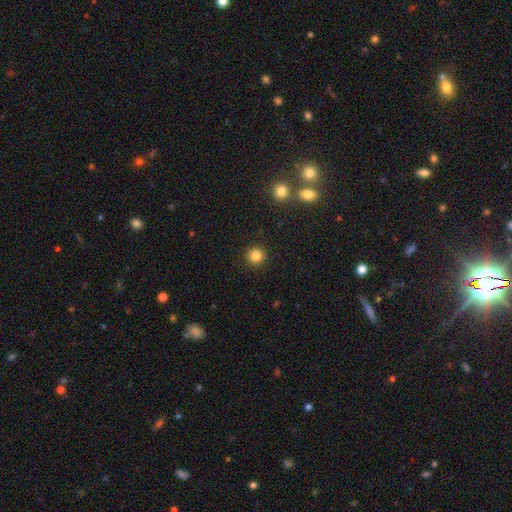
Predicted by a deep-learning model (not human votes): smooth-or-featured: smooth: 84% | star or artifact: 12% | featured or disk: 4%
  how-rounded: round: 95% | in between: 4% | cigar-shaped: 1%
  merging: none: 92% | minor disturbance: 5% | major disturbance: 2% | merger: 1%